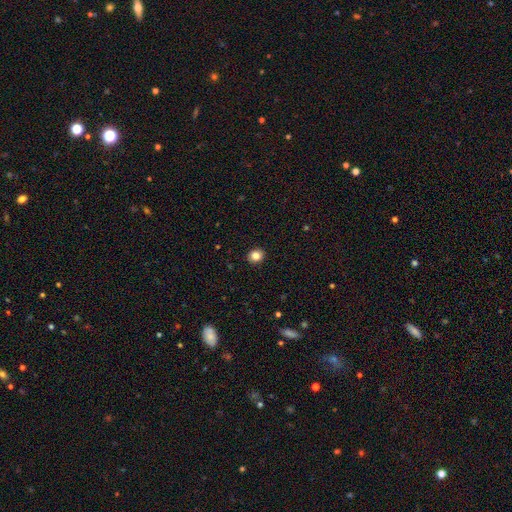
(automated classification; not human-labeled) smooth_or_featured: smooth (p=0.84) [alt: star or artifact p=0.11]
how_rounded: round (p=0.78) [alt: in between p=0.21]
merging: none (p=0.92) [alt: minor disturbance p=0.05]